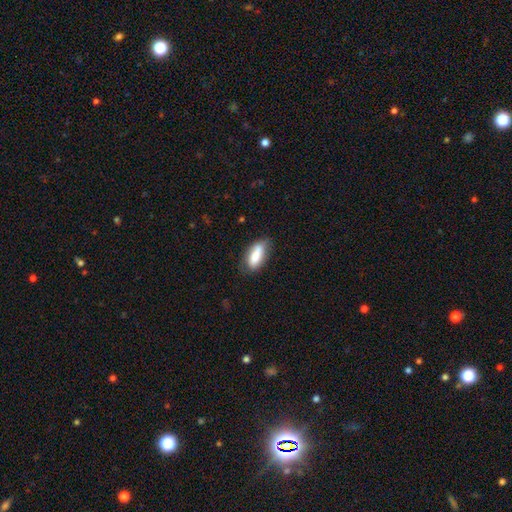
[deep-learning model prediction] Smooth or featured? smooth (79%)
How rounded? in between (72%)
Merging? none (63%)